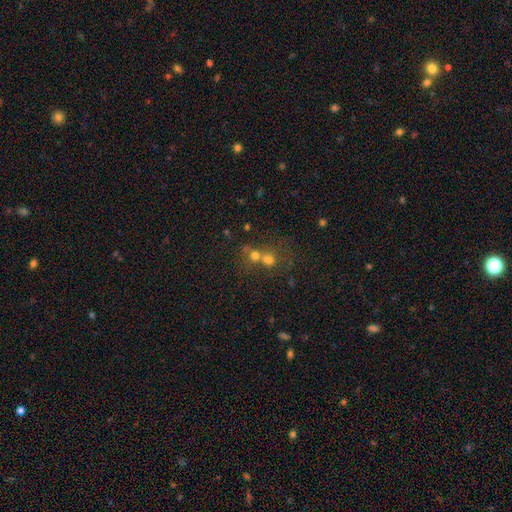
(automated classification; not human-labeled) A smooth galaxy with no disk features (59%) that is round (81%). Merging: merger (57%).